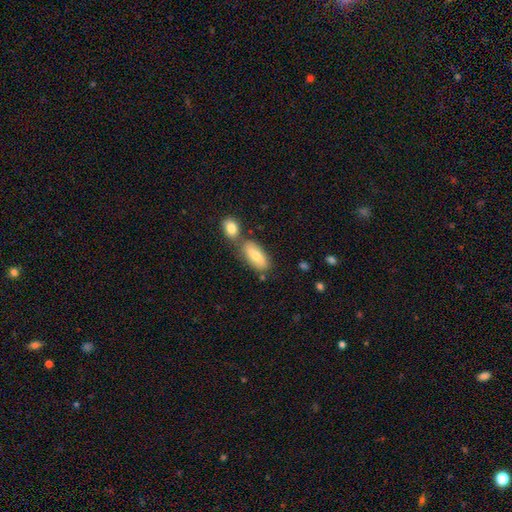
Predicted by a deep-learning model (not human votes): smooth-or-featured: smooth: 70% | featured or disk: 23% | star or artifact: 7%
  how-rounded: in between: 84% | cigar-shaped: 12% | round: 3%
  merging: none: 56% | merger: 29% | minor disturbance: 12% | major disturbance: 3%